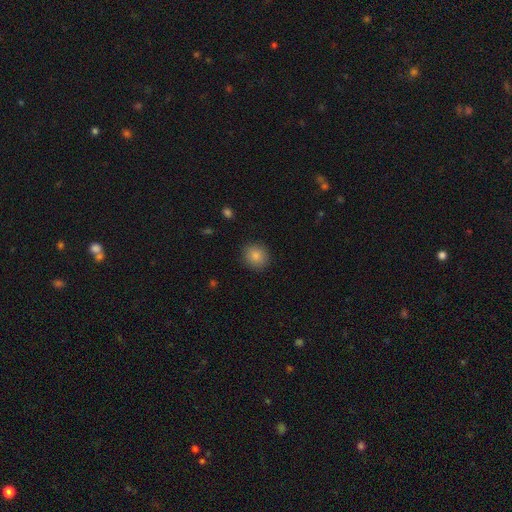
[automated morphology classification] smooth-or-featured: smooth: 86% | star or artifact: 9% | featured or disk: 5%
  how-rounded: round: 85% | in between: 14% | cigar-shaped: 1%
  merging: none: 90% | minor disturbance: 7% | major disturbance: 2% | merger: 1%